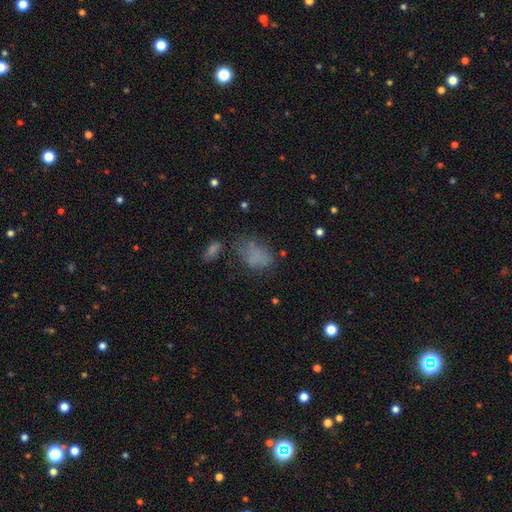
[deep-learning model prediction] Smooth or featured? Predicted: smooth (p=0.70). How rounded? Predicted: in between (p=0.86). Merging? Predicted: none (p=0.44).